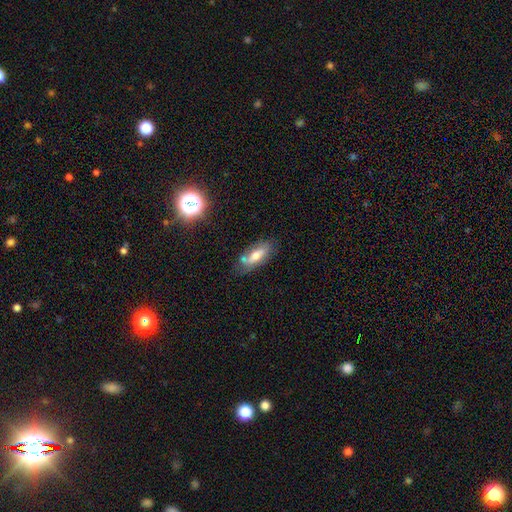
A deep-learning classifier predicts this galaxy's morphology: Q: Smooth or featured?
A: smooth (51%); runner-up: featured or disk (37%)
Q: How rounded?
A: in between (72%); runner-up: cigar-shaped (24%)
Q: Merging?
A: none (61%); runner-up: minor disturbance (24%)